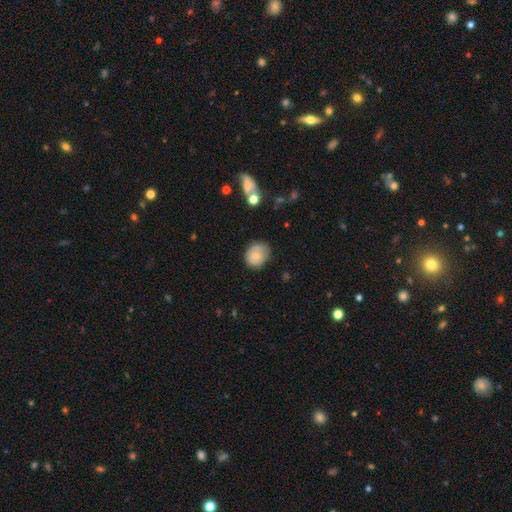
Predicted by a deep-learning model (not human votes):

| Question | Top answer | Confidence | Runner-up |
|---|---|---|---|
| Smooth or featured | smooth | 67% | featured or disk (24%) |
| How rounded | round | 63% | in between (37%) |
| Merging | none | 63% | minor disturbance (27%) |